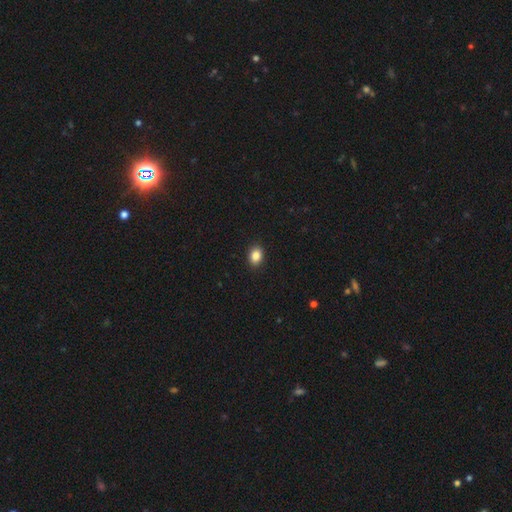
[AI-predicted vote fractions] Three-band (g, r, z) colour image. It shows a smooth galaxy with no disk features (86%) that is in between round and cigar-shaped (68%). Merging: none (91%).